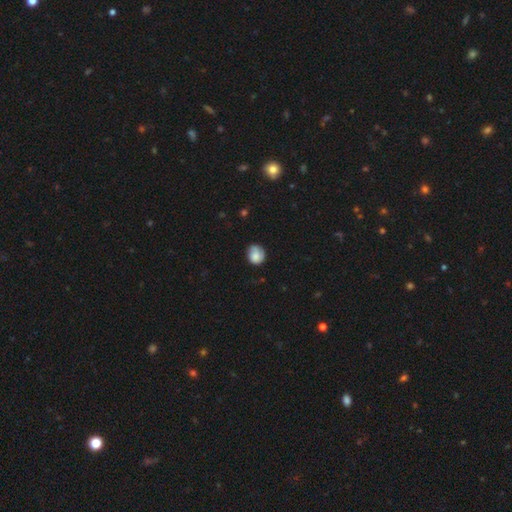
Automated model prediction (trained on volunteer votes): Smooth or featured? smooth (74%)
How rounded? round (73%)
Merging? none (63%)